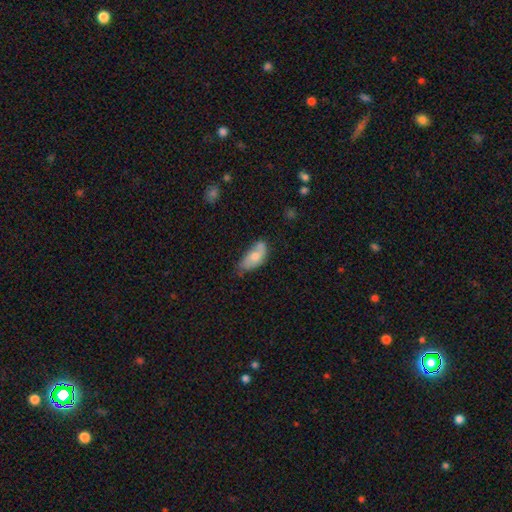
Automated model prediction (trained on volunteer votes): This appears to be a smooth galaxy with no disk features (63%) that is in between round and cigar-shaped (87%). Merging: none (45%).